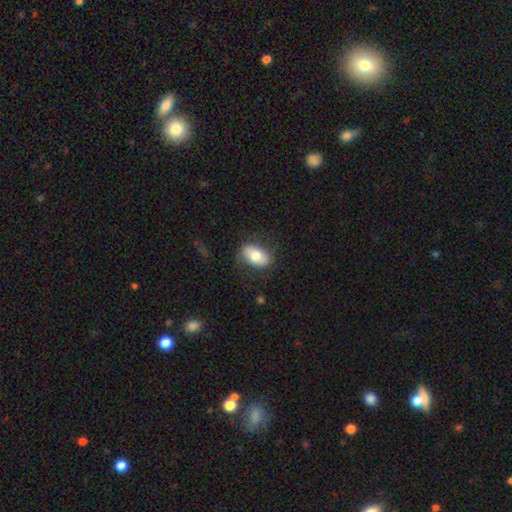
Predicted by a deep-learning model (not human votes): This appears to be a smooth galaxy with no disk features (70%) that is in between round and cigar-shaped (90%). Merging: none (74%).